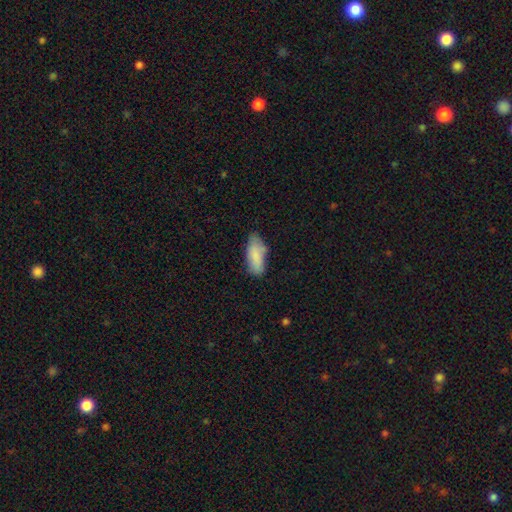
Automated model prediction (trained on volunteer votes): smooth-or-featured: smooth: 84% | featured or disk: 10% | star or artifact: 6%
  how-rounded: in between: 81% | cigar-shaped: 17% | round: 2%
  merging: none: 66% | minor disturbance: 26% | major disturbance: 5% | merger: 3%